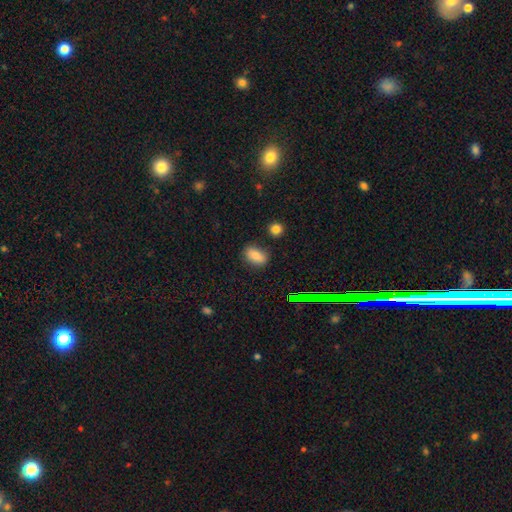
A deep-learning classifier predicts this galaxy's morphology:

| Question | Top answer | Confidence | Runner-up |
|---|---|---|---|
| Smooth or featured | smooth | 79% | star or artifact (12%) |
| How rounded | in between | 85% | round (12%) |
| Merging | none | 78% | minor disturbance (14%) |